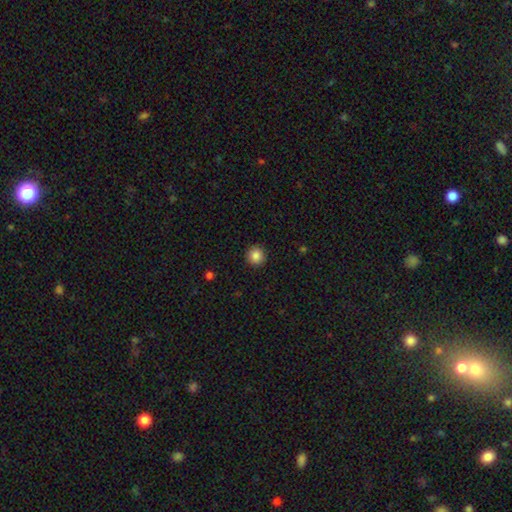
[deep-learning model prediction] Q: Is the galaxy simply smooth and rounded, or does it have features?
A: smooth — 86%.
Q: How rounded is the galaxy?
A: round — 95%.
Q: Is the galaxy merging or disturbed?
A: none — 92%.